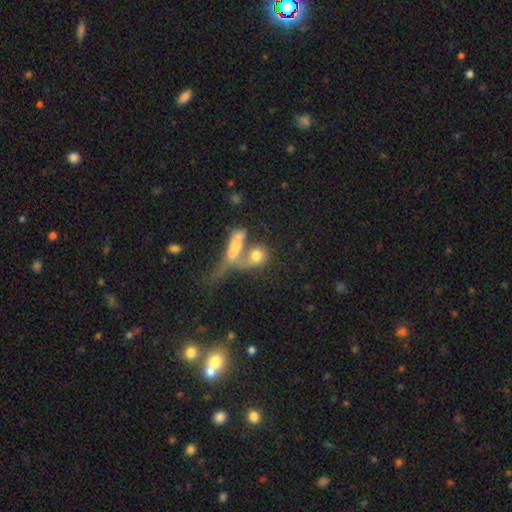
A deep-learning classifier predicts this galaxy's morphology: A smooth galaxy with no disk features (59%) that is round (50%). Merging: merger (57%).